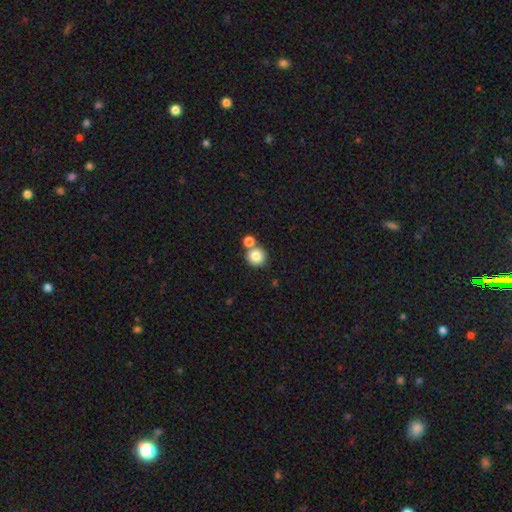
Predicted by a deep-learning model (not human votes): Smooth or featured?
  - smooth: 83% *
  - star or artifact: 10%
  - featured or disk: 8%
How rounded?
  - round: 91% *
  - in between: 9%
  - cigar-shaped: 1%
Merging?
  - none: 60% *
  - merger: 30%
  - minor disturbance: 7%
  - major disturbance: 2%